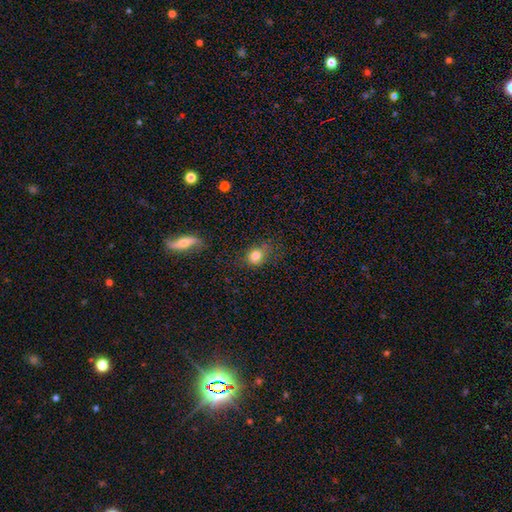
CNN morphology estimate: Smooth or featured: smooth — 80% (star or artifact — 11%)
How rounded: round — 56% (in between — 42%)
Merging: none — 61% (minor disturbance — 24%)